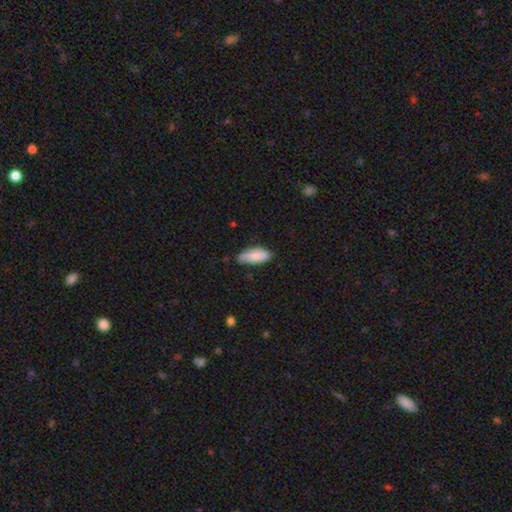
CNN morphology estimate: The model was most divided on "merging": none: 66%, minor disturbance: 28%, major disturbance: 4%, merger: 2%. More confident: how rounded — in between (82%); smooth or featured — smooth (79%).